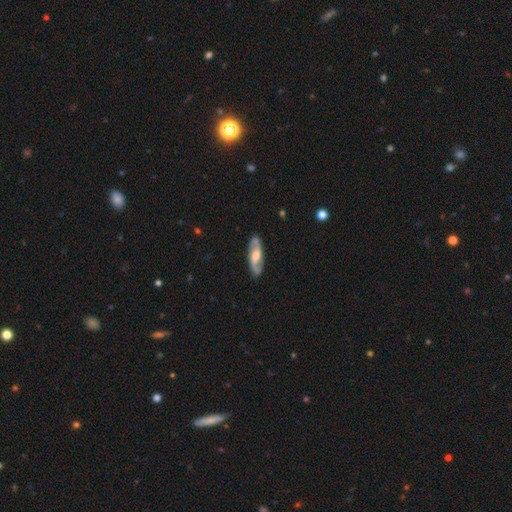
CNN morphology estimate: The model was most divided on "bar": weak: 44%, no: 38%, strong: 18%. Remaining: spiral arm count — 2 (88%); spiral arms — yes (87%); merging — none (86%); edge-on disk — no (85%); smooth or featured — featured or disk (69%); bulge size — moderate (58%); spiral winding — medium (45%).